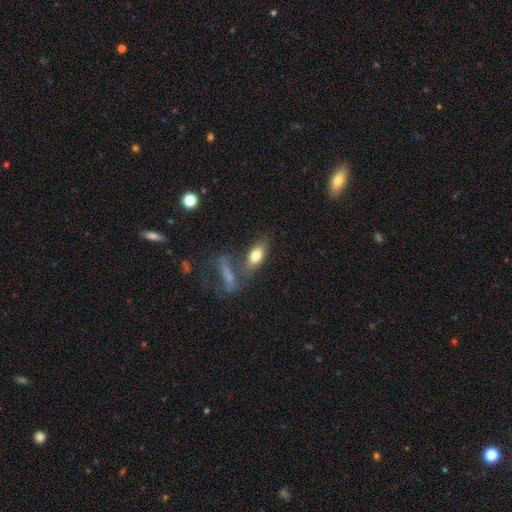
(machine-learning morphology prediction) A smooth galaxy with no disk features (77%) that is in between round and cigar-shaped (82%).

Vote fractions:
- Smooth or featured? smooth: 77% / featured or disk: 16% / star or artifact: 8%
- How rounded? in between: 82% / cigar-shaped: 12% / round: 5%
- Merging? none: 54% / merger: 24% / minor disturbance: 15% / major disturbance: 8%